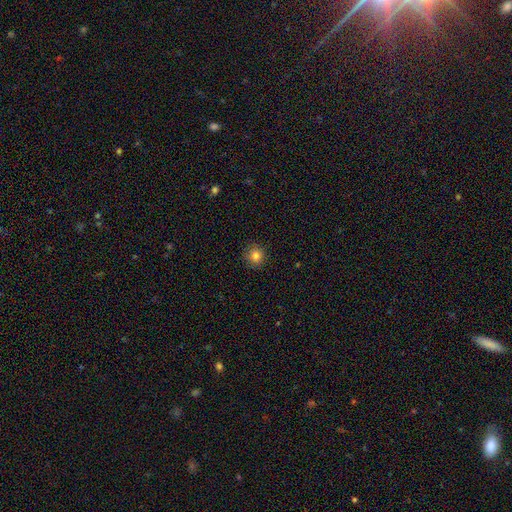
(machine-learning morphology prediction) smooth-or-featured: smooth: 81% | star or artifact: 12% | featured or disk: 6%
  how-rounded: round: 91% | in between: 8% | cigar-shaped: 1%
  merging: none: 90% | minor disturbance: 7% | major disturbance: 2% | merger: 1%